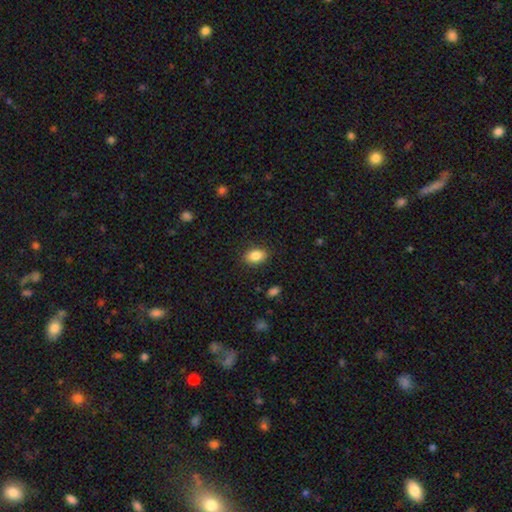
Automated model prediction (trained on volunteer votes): Smooth or featured? smooth (86%)
How rounded? in between (84%)
Merging? none (87%)